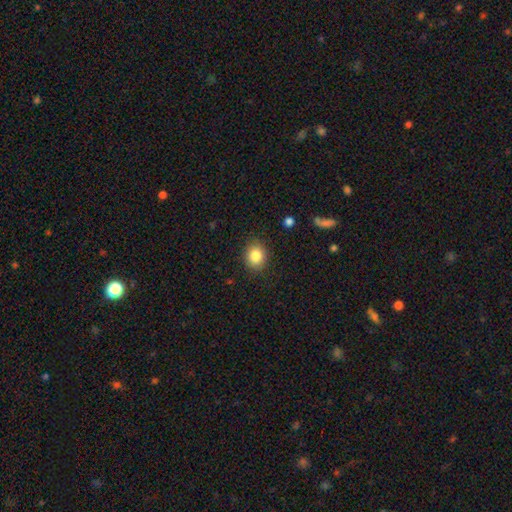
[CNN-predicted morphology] A smooth galaxy with no disk features (84%) that is round (67%). Merging: none (87%).